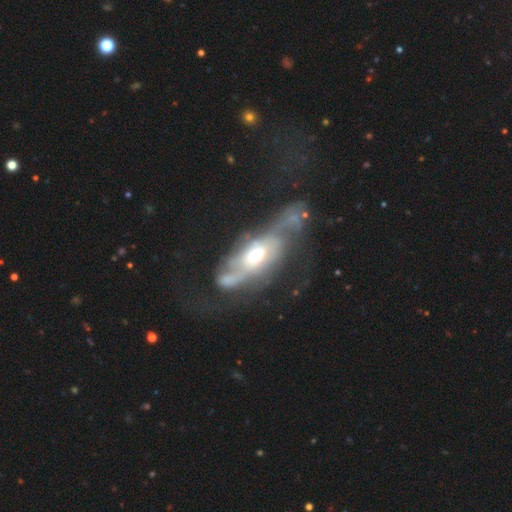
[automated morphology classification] Q: Smooth or featured?
A: featured or disk (77%); runner-up: smooth (16%)
Q: Edge-on disk?
A: no (87%); runner-up: yes (13%)
Q: Bar?
A: no (65%); runner-up: weak (27%)
Q: Spiral arms?
A: yes (76%); runner-up: no (24%)
Q: Spiral winding?
A: medium (39%); runner-up: tight (33%)
Q: Spiral arm count?
A: 2 (46%); runner-up: can't tell (34%)
Q: Bulge size?
A: moderate (65%); runner-up: small (23%)
Q: Merging?
A: major disturbance (38%); runner-up: none (33%)